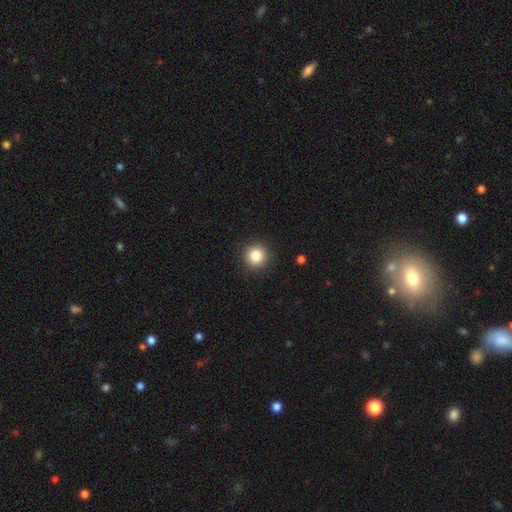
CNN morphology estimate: type=smooth (83%); roundness=round (95%); merging=none (92%).